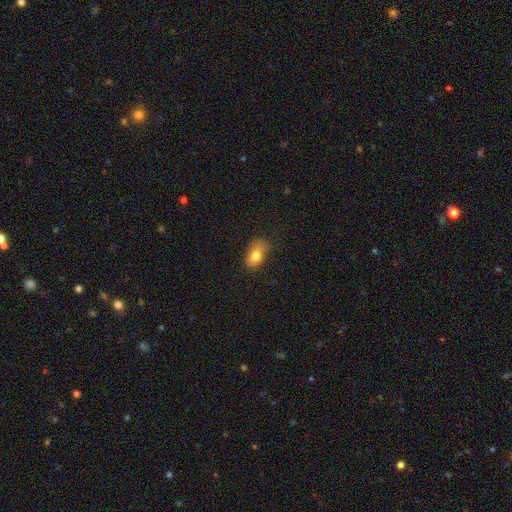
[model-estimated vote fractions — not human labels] Morphology: type=smooth (79%); roundness=in between (87%); merging=none (54%).